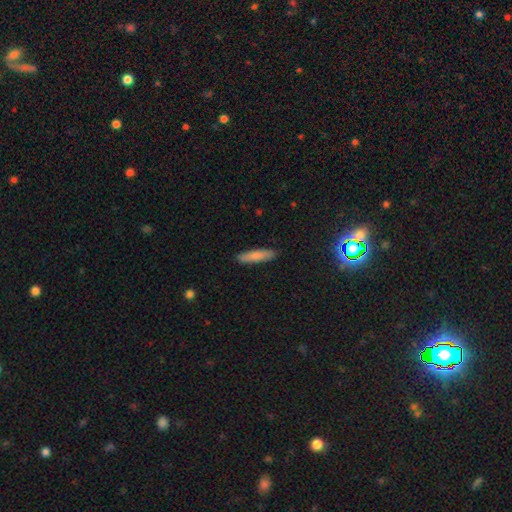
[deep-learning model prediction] This is clearly a smooth galaxy (81%). How rounded: clearly cigar-shaped (83%). Merging: clearly none (89%).